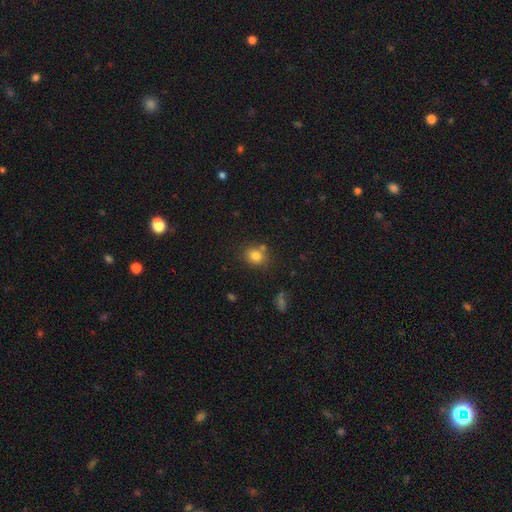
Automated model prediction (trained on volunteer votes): Smooth or featured? Predicted: smooth (p=0.80). How rounded? Predicted: round (p=0.60). Merging? Predicted: none (p=0.72).